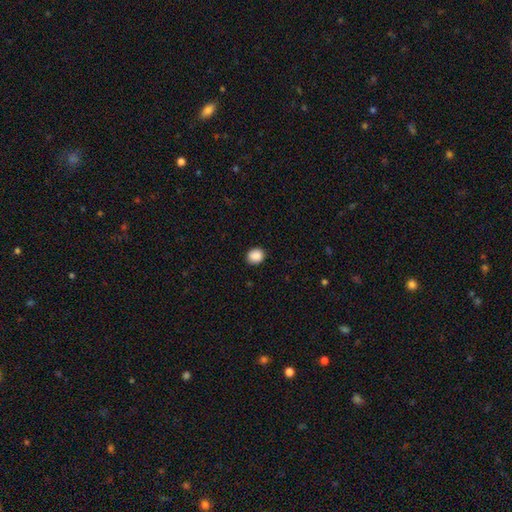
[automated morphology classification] A smooth galaxy with no disk features (89%) that is round (72%).

Vote fractions:
- Smooth or featured? smooth: 89% / star or artifact: 9% / featured or disk: 3%
- How rounded? round: 72% / in between: 27% / cigar-shaped: 1%
- Merging? none: 88% / minor disturbance: 9% / major disturbance: 2% / merger: 1%